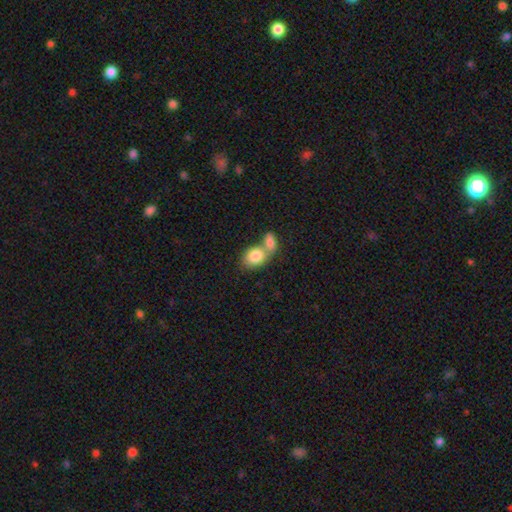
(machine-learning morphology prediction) Smooth or featured? smooth (82%)
How rounded? in between (67%)
Merging? merger (64%)